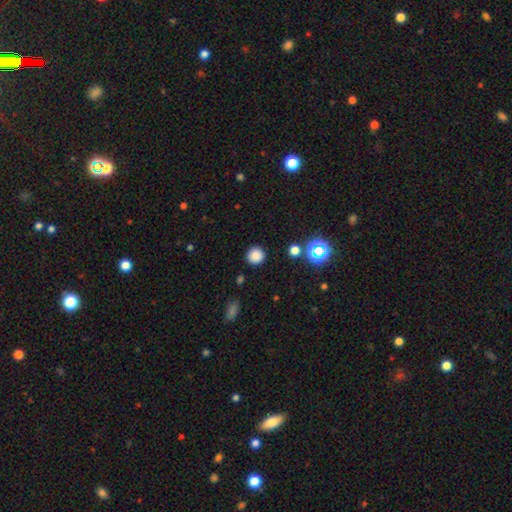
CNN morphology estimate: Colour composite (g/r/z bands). It shows a smooth galaxy with no disk features (82%) that is round (94%). Merging: none (89%).